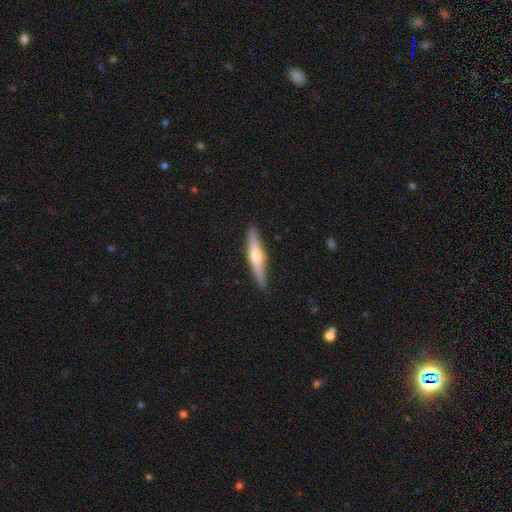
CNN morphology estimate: Overall: featured or disk (53%; smooth 41%). Edge-on disk: yes (94%). Edge-on bulge: rounded (88%). Merging: none (89%).